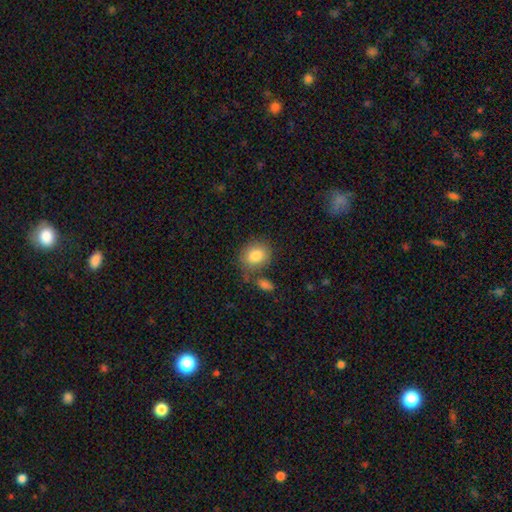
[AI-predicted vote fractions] smooth 83%, featured or disk 9%, star or artifact 8%. Down the decision tree: how rounded — round (58%); merging — none (65%).